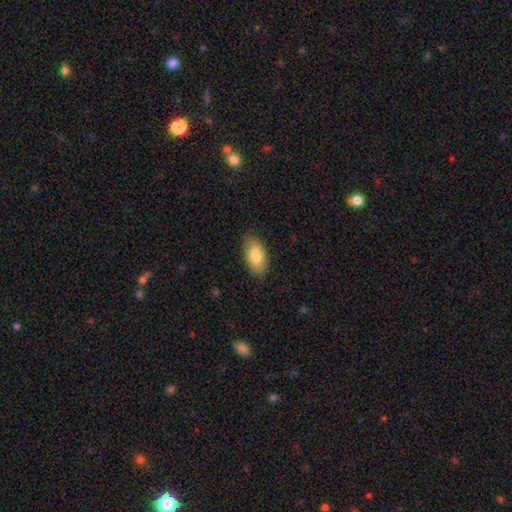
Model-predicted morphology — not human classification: smooth 83%, featured or disk 11%, star or artifact 6%. Down the decision tree: how rounded — in between (92%); merging — none (84%).